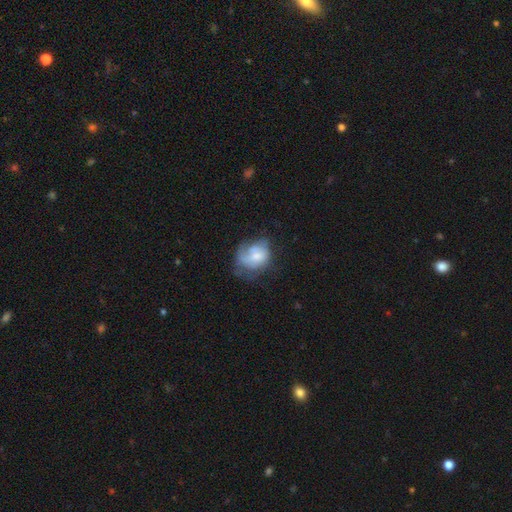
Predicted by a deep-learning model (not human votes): smooth 49%, featured or disk 43%, star or artifact 9%. Down the decision tree: merging — major disturbance (33%, tied with none).